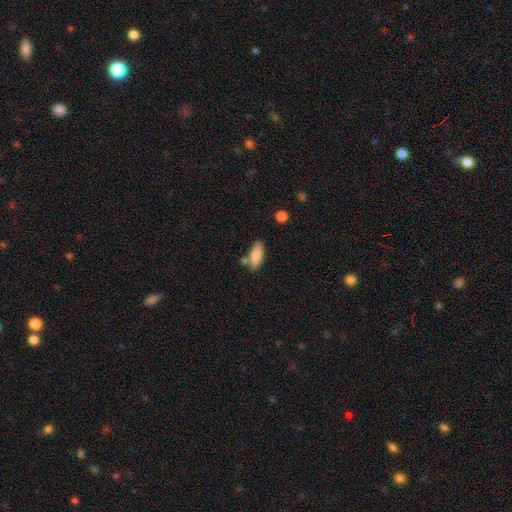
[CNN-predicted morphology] Smooth or featured? Predicted: smooth (p=0.85). How rounded? Predicted: in between (p=0.77). Merging? Predicted: none (p=0.69).